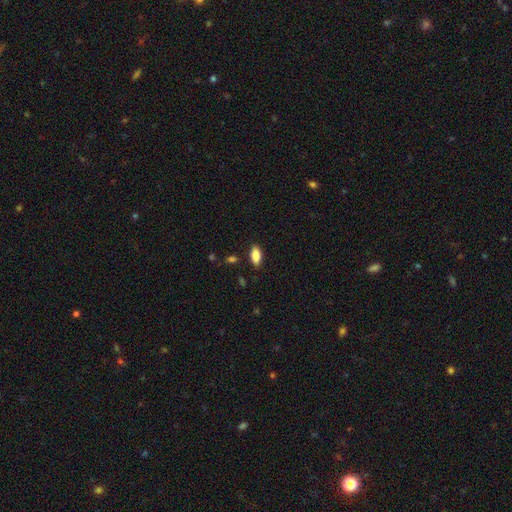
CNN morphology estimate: smooth_or_featured: smooth (p=0.83) [alt: featured or disk p=0.09]
how_rounded: in between (p=0.89) [alt: cigar-shaped p=0.08]
merging: none (p=0.86) [alt: minor disturbance p=0.10]